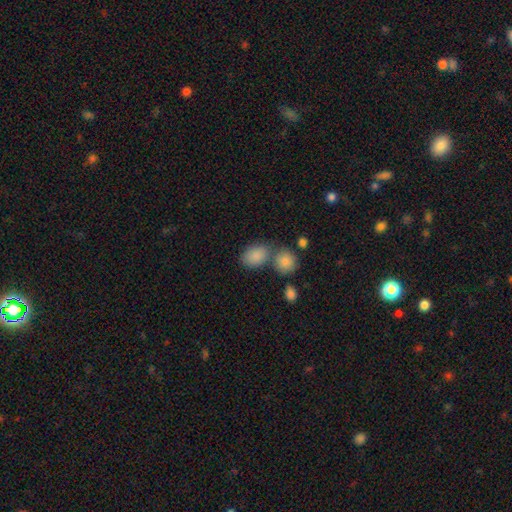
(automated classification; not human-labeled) A smooth galaxy with no disk features (86%) that is in between round and cigar-shaped (77%).

Vote fractions:
- Smooth or featured? smooth: 86% / star or artifact: 8% / featured or disk: 6%
- How rounded? in between: 77% / round: 21% / cigar-shaped: 1%
- Merging? none: 52% / merger: 30% / minor disturbance: 13% / major disturbance: 5%